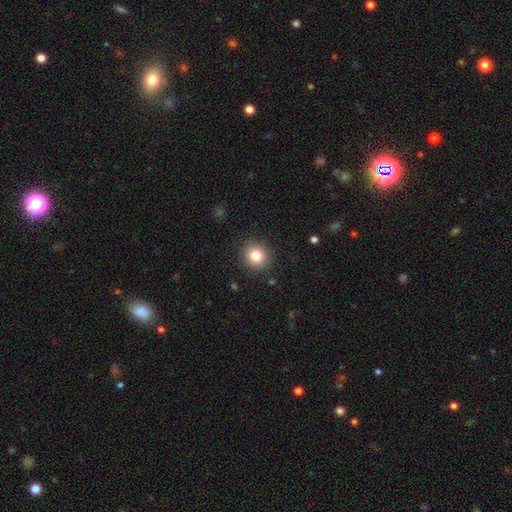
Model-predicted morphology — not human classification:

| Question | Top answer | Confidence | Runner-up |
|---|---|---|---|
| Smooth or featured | smooth | 82% | star or artifact (11%) |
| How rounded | round | 85% | in between (14%) |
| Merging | none | 90% | minor disturbance (7%) |